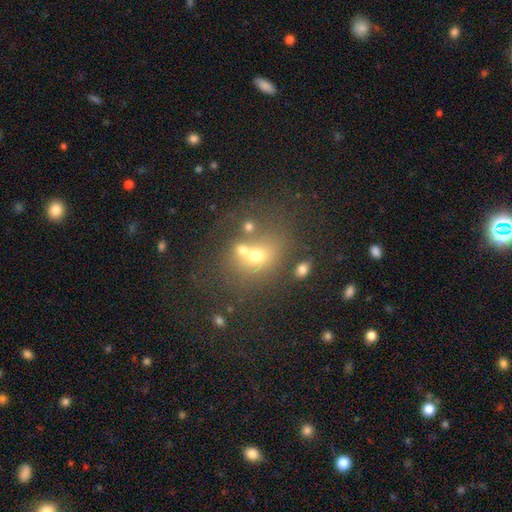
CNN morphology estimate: Smooth or featured: smooth — 57% (featured or disk — 23%)
How rounded: round — 62% (in between — 37%)
Merging: merger — 41% (tied with none — 41%)